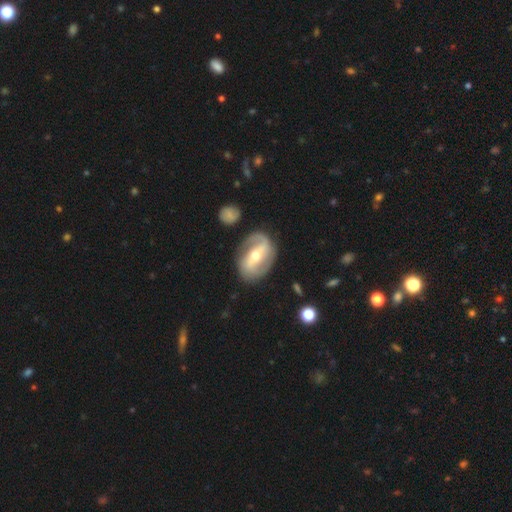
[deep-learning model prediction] smooth_or_featured: featured or disk (p=0.81) [alt: smooth p=0.14]
disk_edge_on: no (p=0.95) [alt: yes p=0.05]
bar: strong (p=0.48) [alt: weak p=0.33]
has_spiral_arms: yes (p=0.88) [alt: no p=0.12]
spiral_winding: medium (p=0.41) [alt: loose p=0.36]
spiral_arm_count: 2 (p=0.87) [alt: can't tell p=0.06]
bulge_size: moderate (p=0.66) [alt: small p=0.28]
merging: none (p=0.79) [alt: minor disturbance p=0.13]